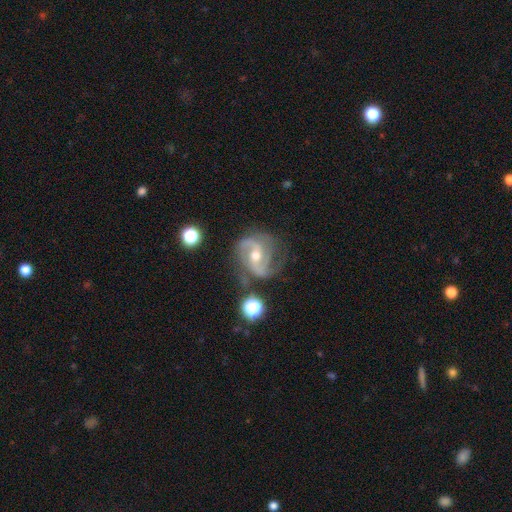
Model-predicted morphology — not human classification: This is clearly a featured or disk galaxy (89%). It is clearly not viewed edge-on (98%). Bar: marginally weak (40%). Spiral arm pattern: clearly yes (97%). Spiral arm count: likely 2 (72%). Spiral winding: possibly medium (53%). Central bulge: likely moderate (61%). Merging: likely none (66%).